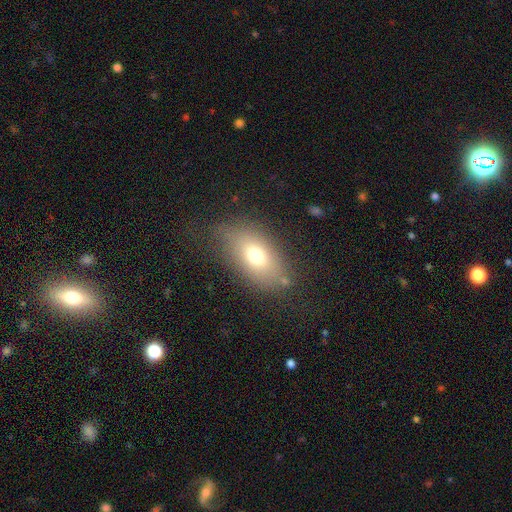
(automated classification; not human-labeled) The model was most divided on "smooth or featured": smooth: 70%, featured or disk: 18%, star or artifact: 12%. More confident: how rounded — in between (84%); merging — none (76%).